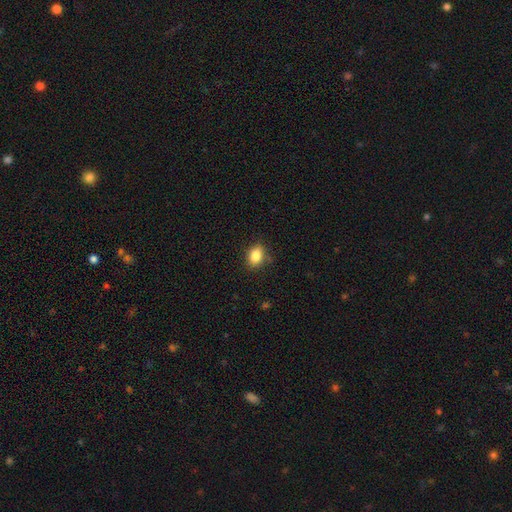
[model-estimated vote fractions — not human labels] smooth 85%, star or artifact 9%, featured or disk 5%. Down the decision tree: how rounded — in between (71%); merging — none (84%).